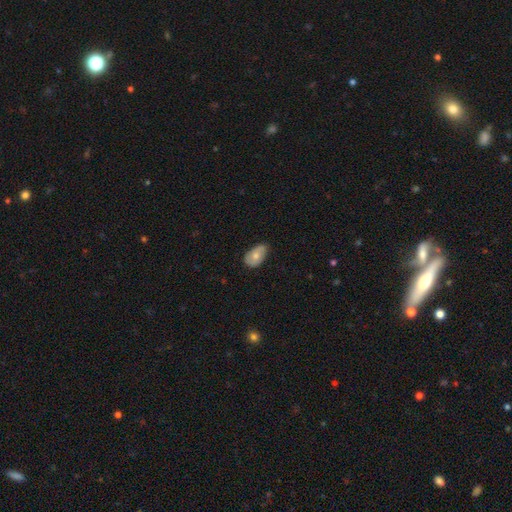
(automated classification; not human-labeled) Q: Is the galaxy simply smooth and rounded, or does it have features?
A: smooth — 64%.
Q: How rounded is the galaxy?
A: in between — 91%.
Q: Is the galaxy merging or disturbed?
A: none — 58%.